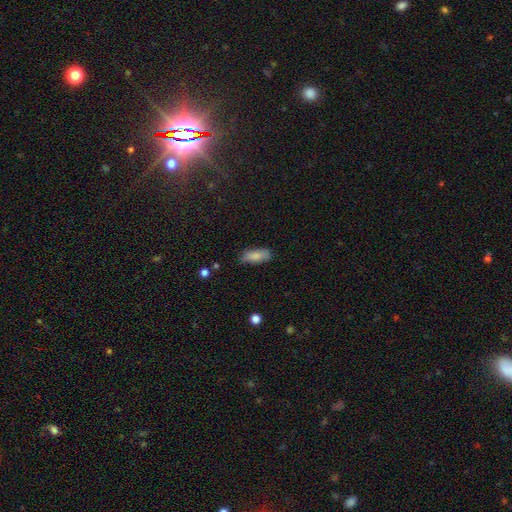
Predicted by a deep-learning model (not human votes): Smooth or featured: smooth — 83% (featured or disk — 10%)
How rounded: in between — 75% (cigar-shaped — 23%)
Merging: none — 76% (minor disturbance — 19%)